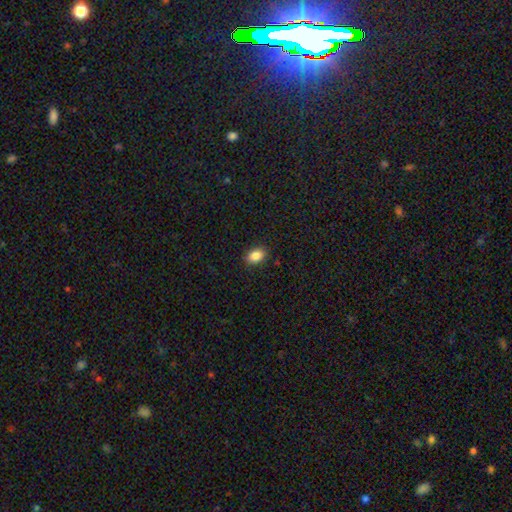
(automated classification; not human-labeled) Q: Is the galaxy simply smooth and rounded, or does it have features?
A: smooth — 87%.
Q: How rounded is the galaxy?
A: in between — 82%.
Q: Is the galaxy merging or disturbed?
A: none — 89%.